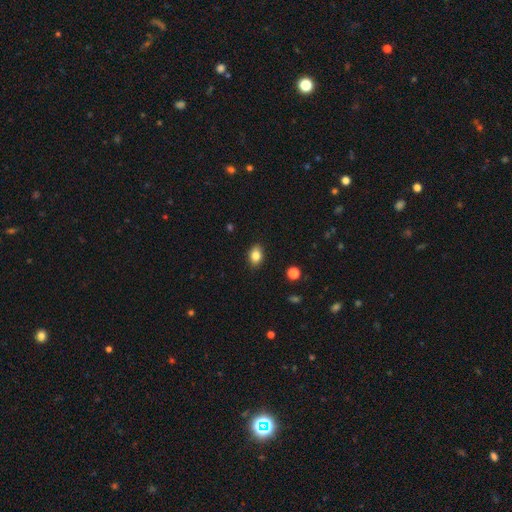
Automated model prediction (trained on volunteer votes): smooth-or-featured: smooth: 83% | star or artifact: 9% | featured or disk: 7%
  how-rounded: in between: 79% | round: 19% | cigar-shaped: 2%
  merging: none: 88% | minor disturbance: 9% | major disturbance: 2% | merger: 1%